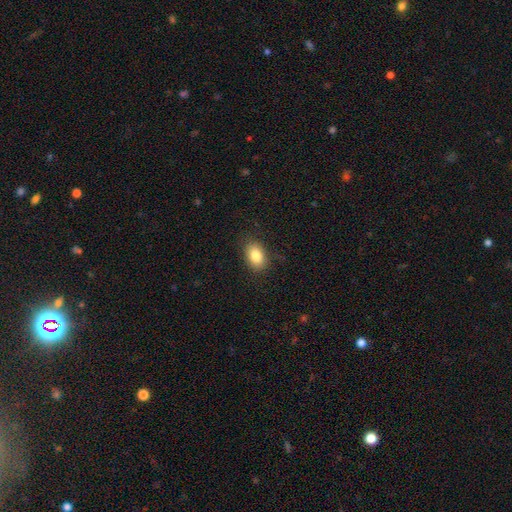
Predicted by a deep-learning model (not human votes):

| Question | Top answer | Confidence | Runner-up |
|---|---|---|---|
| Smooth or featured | smooth | 84% | star or artifact (8%) |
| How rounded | in between | 84% | round (15%) |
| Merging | none | 86% | minor disturbance (11%) |